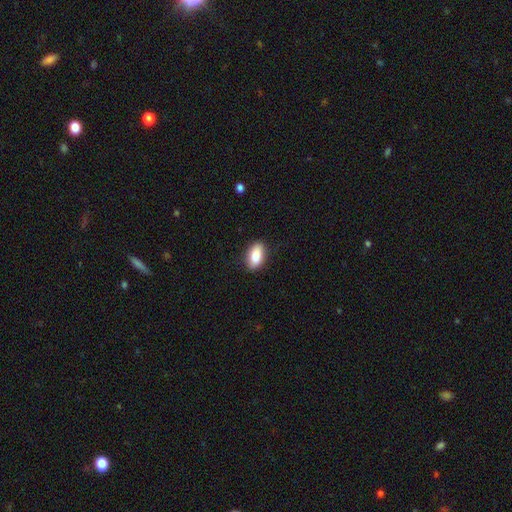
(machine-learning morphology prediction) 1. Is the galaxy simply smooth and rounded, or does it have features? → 86% smooth, 7% featured or disk, 7% star or artifact.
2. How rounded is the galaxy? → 90% in between, 5% cigar-shaped, 5% round.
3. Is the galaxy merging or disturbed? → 86% none, 10% minor disturbance, 2% major disturbance, 1% merger.